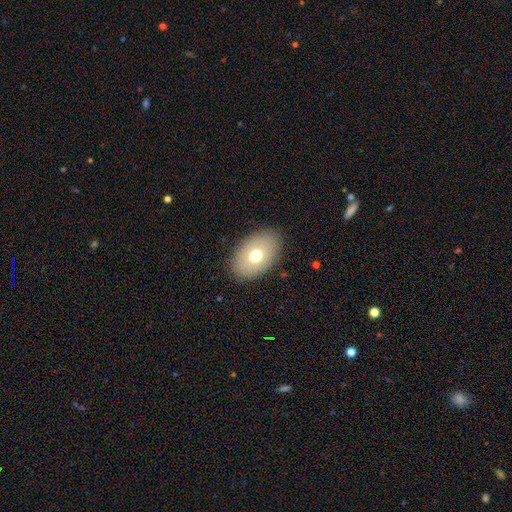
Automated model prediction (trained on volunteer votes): This is likely a smooth galaxy (69%). How rounded: clearly in between (87%). Merging: clearly none (86%).